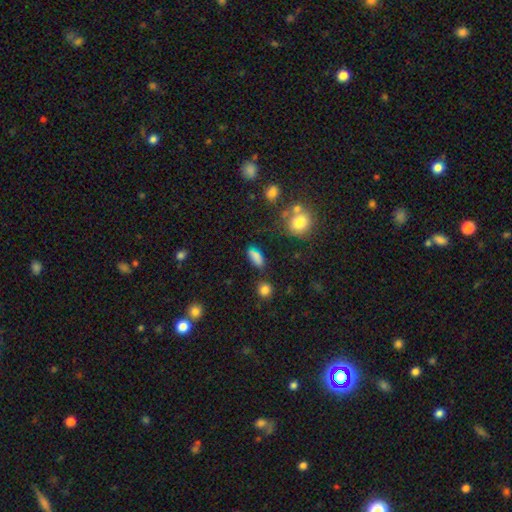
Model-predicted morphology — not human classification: smooth-or-featured: smooth: 79% | star or artifact: 13% | featured or disk: 8%
  how-rounded: in between: 75% | cigar-shaped: 18% | round: 7%
  merging: none: 71% | minor disturbance: 16% | merger: 7% | major disturbance: 6%